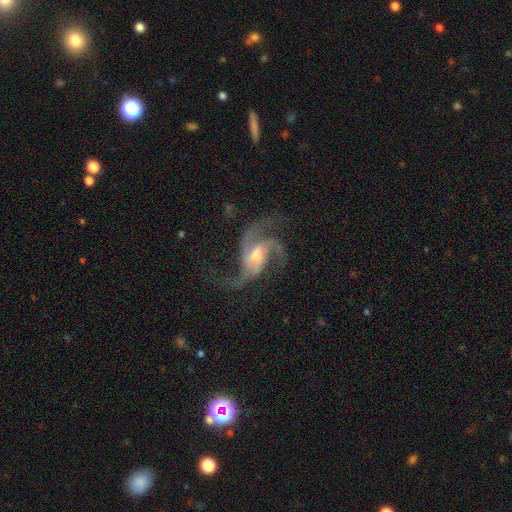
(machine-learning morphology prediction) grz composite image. It shows a featured or disk galaxy (90%) with a weak bar (42%), 3 (64%) medium (48%) spiral arms (98%) and a moderate central bulge (61%). Merging: none (57%).